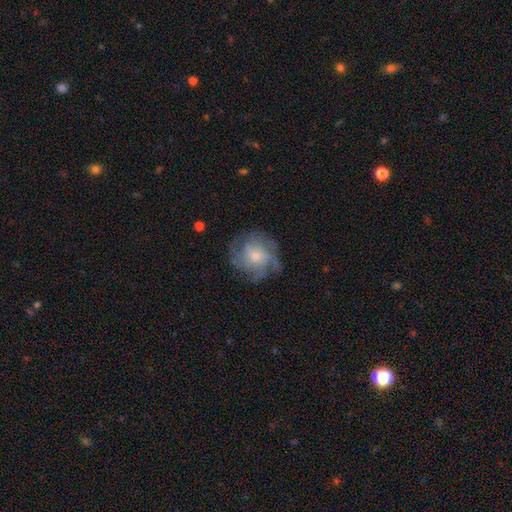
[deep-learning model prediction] featured or disk 66%, smooth 24%, star or artifact 10%. Down the decision tree: edge-on disk — no (97%); bar — no (70%); spiral arms — yes (85%); spiral arm count — can't tell (31%); spiral winding — medium (43%); bulge size — small (58%); merging — none (70%).